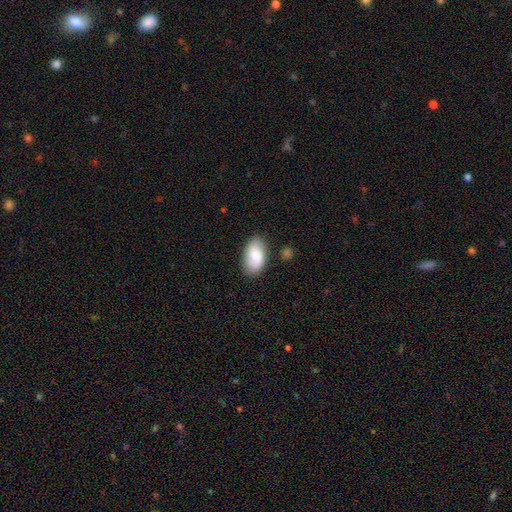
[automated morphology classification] Smooth or featured?
  - smooth: 73% *
  - featured or disk: 20%
  - star or artifact: 7%
How rounded?
  - in between: 94% *
  - round: 4%
  - cigar-shaped: 2%
Merging?
  - none: 80% *
  - minor disturbance: 14%
  - major disturbance: 3%
  - merger: 3%